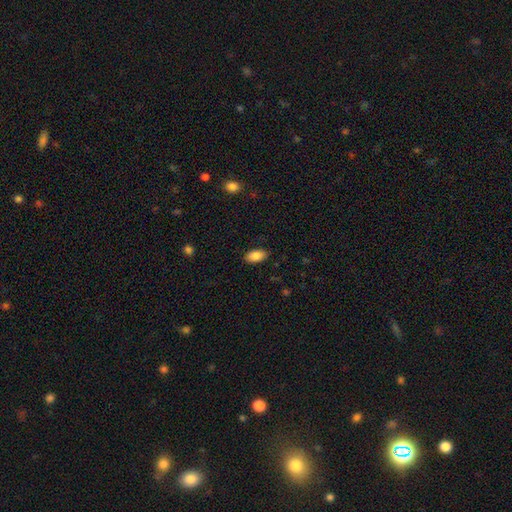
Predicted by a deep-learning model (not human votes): A smooth galaxy with no disk features (87%) that is in between round and cigar-shaped (94%).

Vote fractions:
- Smooth or featured? smooth: 87% / star or artifact: 7% / featured or disk: 6%
- How rounded? in between: 94% / round: 4% / cigar-shaped: 2%
- Merging? none: 87% / minor disturbance: 10% / major disturbance: 2% / merger: 1%